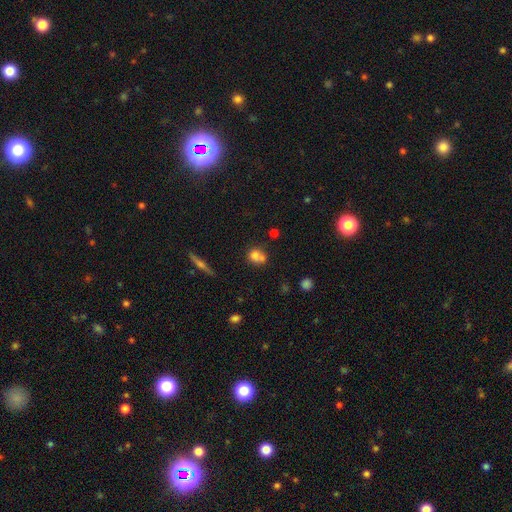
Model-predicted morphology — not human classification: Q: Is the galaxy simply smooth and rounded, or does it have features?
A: smooth — 72%.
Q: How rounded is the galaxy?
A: round — 71%.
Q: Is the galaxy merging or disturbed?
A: merger — 46%.